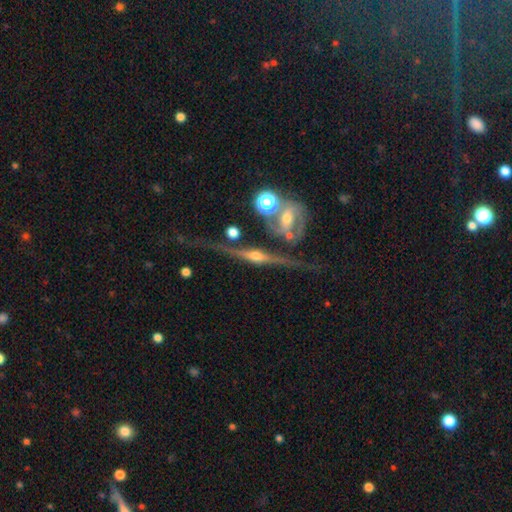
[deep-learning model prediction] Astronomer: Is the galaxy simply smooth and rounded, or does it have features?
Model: featured or disk — 88%.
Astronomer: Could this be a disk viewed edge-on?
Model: yes — 90%.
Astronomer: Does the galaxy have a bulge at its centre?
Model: rounded — 90%.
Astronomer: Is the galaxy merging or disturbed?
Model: none — 66%.